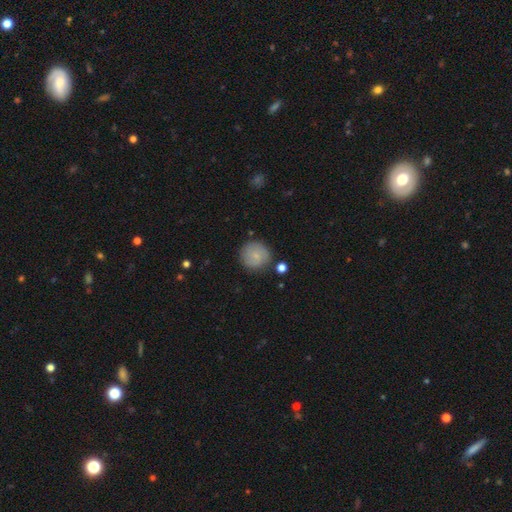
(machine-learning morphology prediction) The model was most divided on "smooth or featured": smooth: 74%, featured or disk: 18%, star or artifact: 8%. More confident: how rounded — round (94%); merging — none (80%).